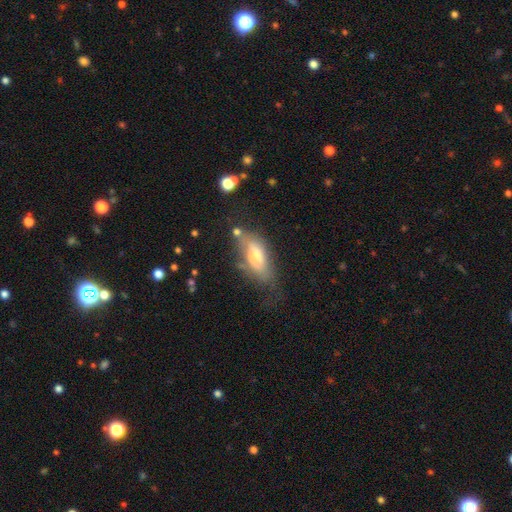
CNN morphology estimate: smooth 57%, featured or disk 35%, star or artifact 8%. Down the decision tree: how rounded — in between (81%); merging — none (45%).